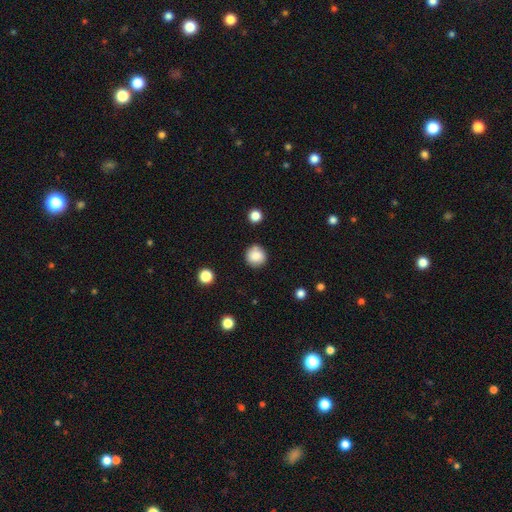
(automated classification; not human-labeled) Q: Smooth or featured?
A: smooth (84%); runner-up: star or artifact (9%)
Q: How rounded?
A: round (92%); runner-up: in between (7%)
Q: Merging?
A: none (84%); runner-up: minor disturbance (11%)